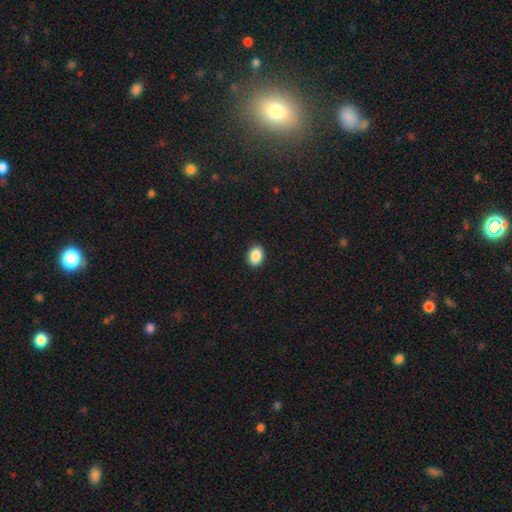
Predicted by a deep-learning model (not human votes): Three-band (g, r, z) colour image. It shows a smooth galaxy with no disk features (89%) that is in between round and cigar-shaped (69%). Merging: none (90%).